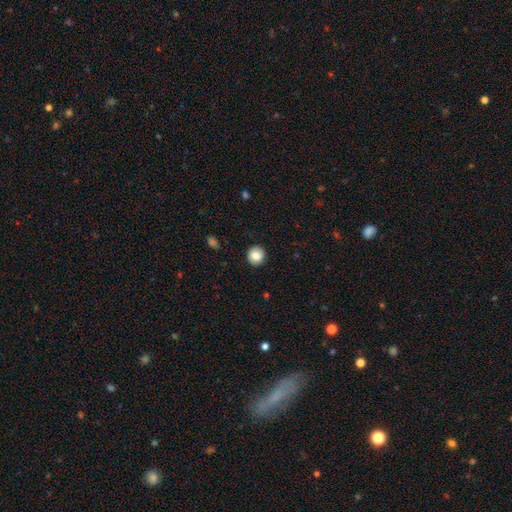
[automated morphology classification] smooth-or-featured: smooth: 81% | featured or disk: 10% | star or artifact: 9%
  how-rounded: round: 92% | in between: 7% | cigar-shaped: 1%
  merging: none: 91% | minor disturbance: 6% | major disturbance: 2% | merger: 1%